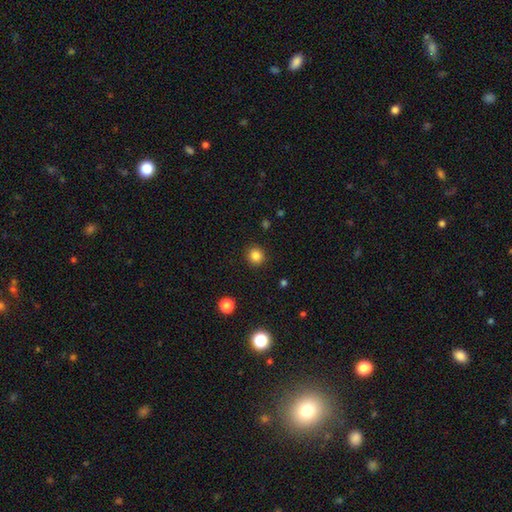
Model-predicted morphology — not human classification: Q: Smooth or featured?
A: smooth (84%); runner-up: star or artifact (12%)
Q: How rounded?
A: round (91%); runner-up: in between (8%)
Q: Merging?
A: none (91%); runner-up: minor disturbance (6%)